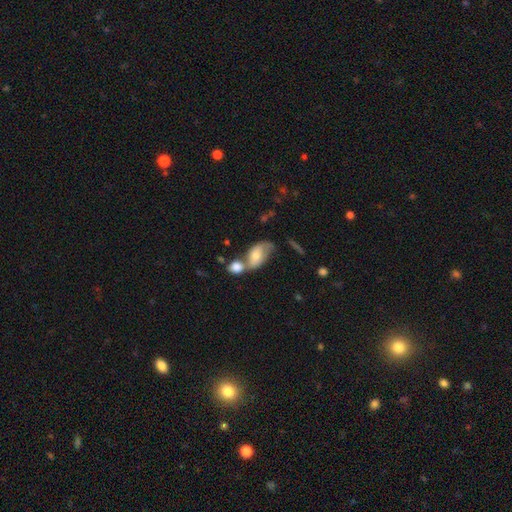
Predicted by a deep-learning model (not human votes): A smooth galaxy with no disk features (61%) that is in between round and cigar-shaped (88%).

Vote fractions:
- Smooth or featured? smooth: 61% / featured or disk: 31% / star or artifact: 7%
- How rounded? in between: 88% / round: 8% / cigar-shaped: 3%
- Merging? merger: 56% / none: 23% / minor disturbance: 13% / major disturbance: 9%